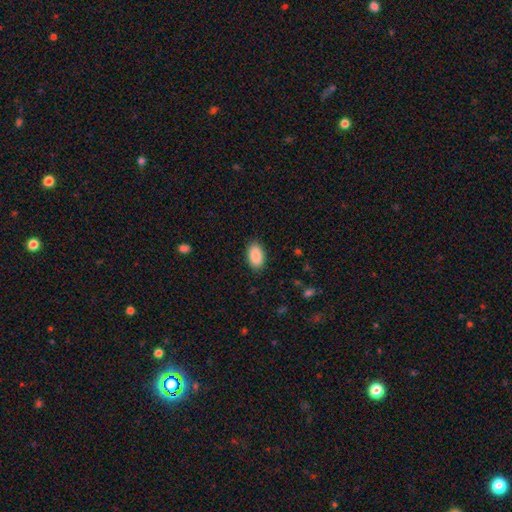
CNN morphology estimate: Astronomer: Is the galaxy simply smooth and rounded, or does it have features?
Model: smooth — 89%.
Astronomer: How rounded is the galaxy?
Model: in between — 94%.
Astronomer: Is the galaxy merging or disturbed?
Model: none — 88%.